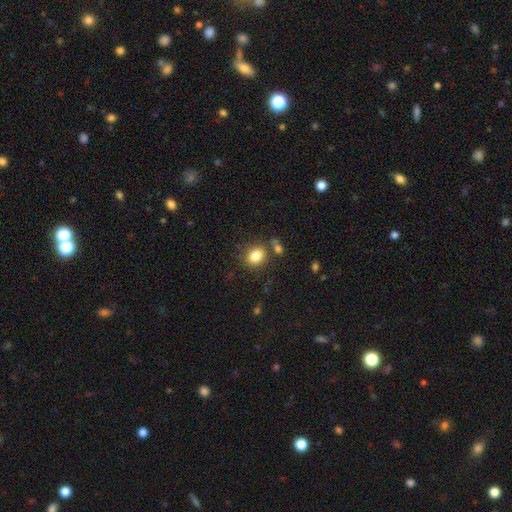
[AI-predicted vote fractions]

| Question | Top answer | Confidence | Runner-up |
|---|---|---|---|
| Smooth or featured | smooth | 83% | star or artifact (10%) |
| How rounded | round | 54% | in between (45%) |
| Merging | none | 73% | minor disturbance (12%) |